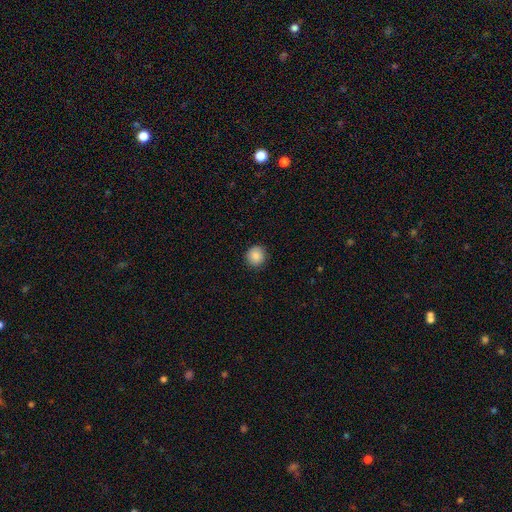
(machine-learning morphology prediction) Smooth or featured?
  - smooth: 87% *
  - star or artifact: 8%
  - featured or disk: 4%
How rounded?
  - round: 93% *
  - in between: 6%
  - cigar-shaped: 1%
Merging?
  - none: 90% *
  - minor disturbance: 7%
  - major disturbance: 2%
  - merger: 1%